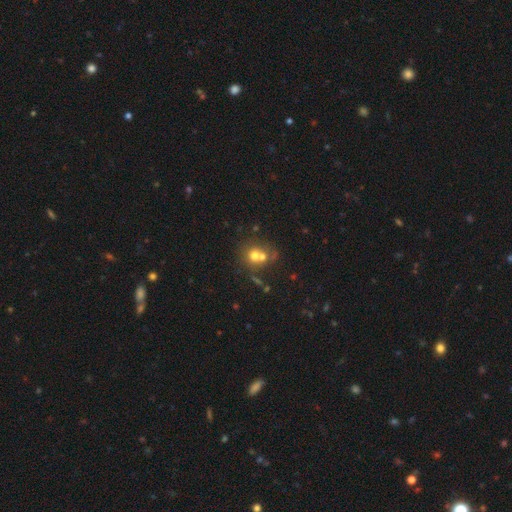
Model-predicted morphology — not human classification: Smooth or featured: smooth — 65% (featured or disk — 20%)
How rounded: round — 80% (in between — 19%)
Merging: merger — 51% (none — 37%)